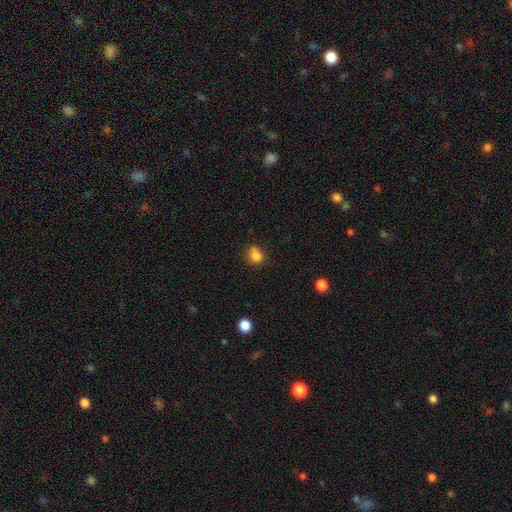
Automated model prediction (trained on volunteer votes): Smooth or featured? smooth (81%)
How rounded? round (70%)
Merging? none (55%)